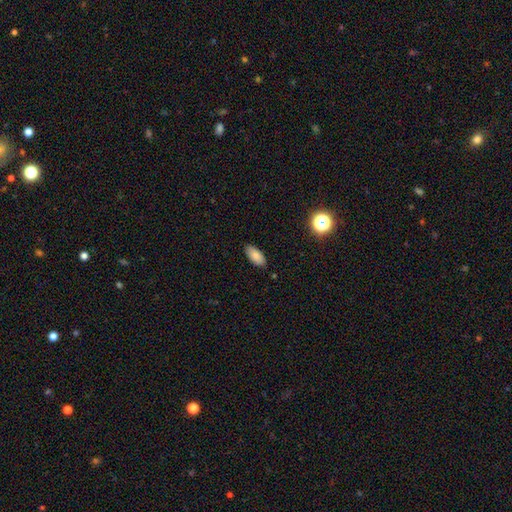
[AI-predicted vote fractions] smooth-or-featured: smooth: 85% | star or artifact: 8% | featured or disk: 7%
  how-rounded: in between: 91% | cigar-shaped: 7% | round: 2%
  merging: none: 87% | minor disturbance: 10% | major disturbance: 2% | merger: 1%